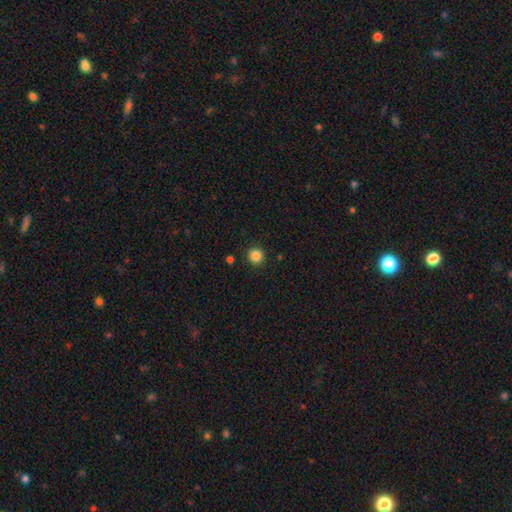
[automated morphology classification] Smooth or featured: smooth — 86% (star or artifact — 11%)
How rounded: round — 95% (in between — 4%)
Merging: none — 91% (minor disturbance — 5%)